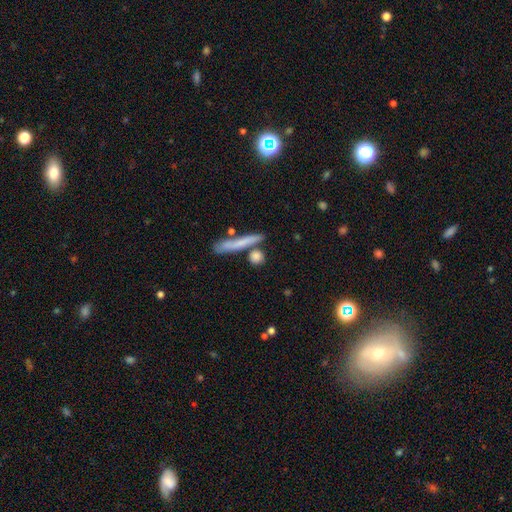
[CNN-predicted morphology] Smooth or featured?
  - smooth: 74% *
  - featured or disk: 17%
  - star or artifact: 8%
How rounded?
  - cigar-shaped: 53% *
  - round: 33%
  - in between: 14%
Merging?
  - none: 72% *
  - minor disturbance: 12%
  - merger: 12%
  - major disturbance: 4%